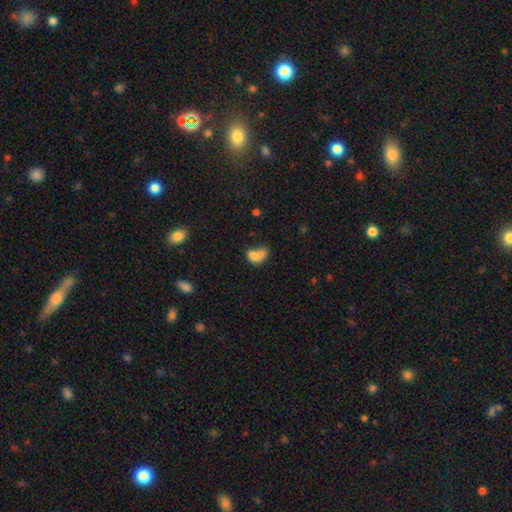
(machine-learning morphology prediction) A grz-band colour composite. It shows a smooth galaxy with no disk features (72%) that is in between round and cigar-shaped (75%). Merging: merger (54%).